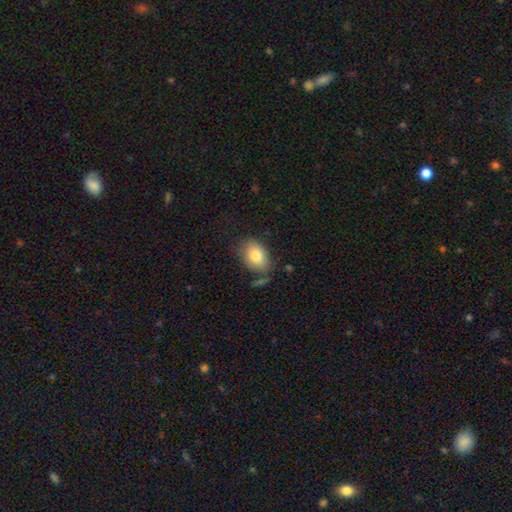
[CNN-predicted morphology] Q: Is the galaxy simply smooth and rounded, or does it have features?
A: smooth — 82%.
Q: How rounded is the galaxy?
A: in between — 83%.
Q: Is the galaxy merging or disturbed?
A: none — 67%.